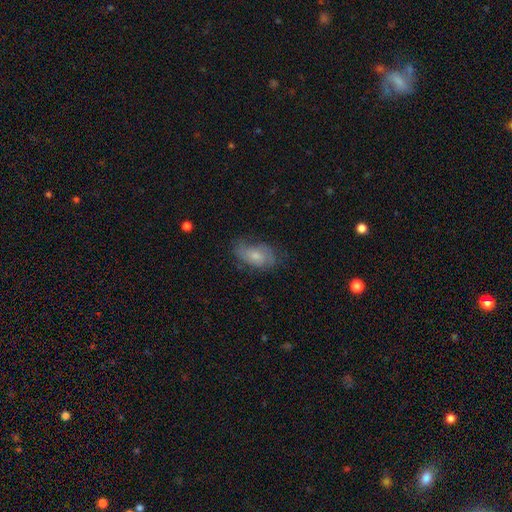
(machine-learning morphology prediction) A smooth galaxy with no disk features (49%).

Vote fractions:
- Smooth or featured? smooth: 49% / featured or disk: 42% / star or artifact: 8%
- Merging? none: 61% / minor disturbance: 26% / major disturbance: 11% / merger: 1%